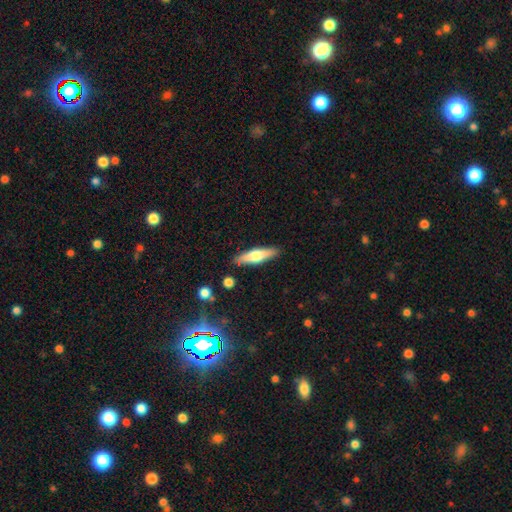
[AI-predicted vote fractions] Smooth or featured? Predicted: smooth (p=0.56). How rounded? Predicted: cigar-shaped (p=0.67). Merging? Predicted: none (p=0.86).